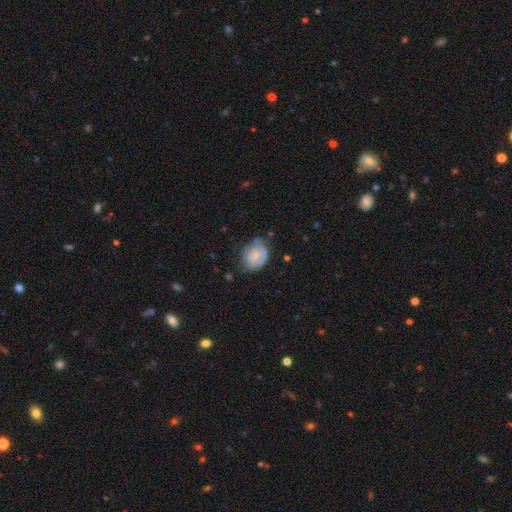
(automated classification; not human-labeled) Smooth or featured: smooth — 60% (featured or disk — 32%)
How rounded: in between — 54% (round — 45%)
Merging: none — 51% (minor disturbance — 33%)